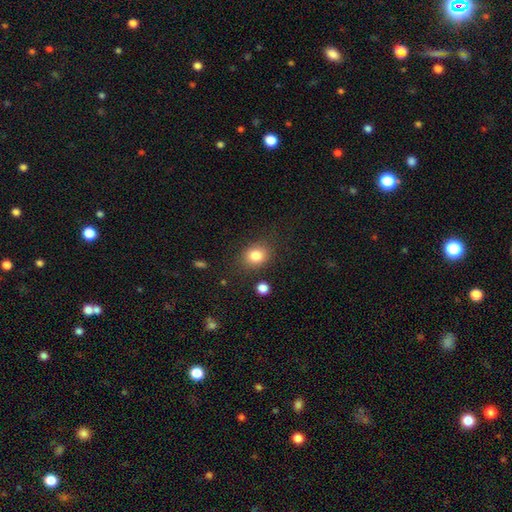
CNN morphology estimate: Smooth or featured? Predicted: smooth (p=0.83). How rounded? Predicted: round (p=0.57). Merging? Predicted: none (p=0.81).